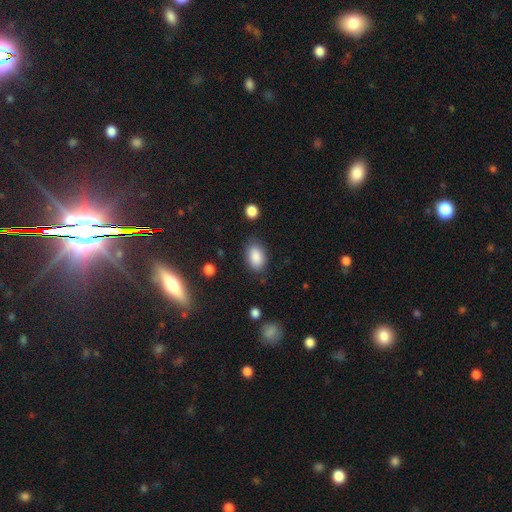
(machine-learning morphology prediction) Overall: smooth (87%). How rounded: in between (89%). Merging: none (81%).